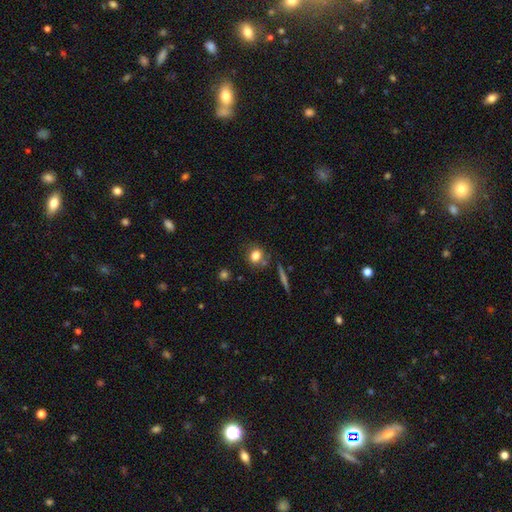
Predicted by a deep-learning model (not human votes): This is likely a smooth galaxy (79%). How rounded: likely round (64%). Merging: likely none (71%).